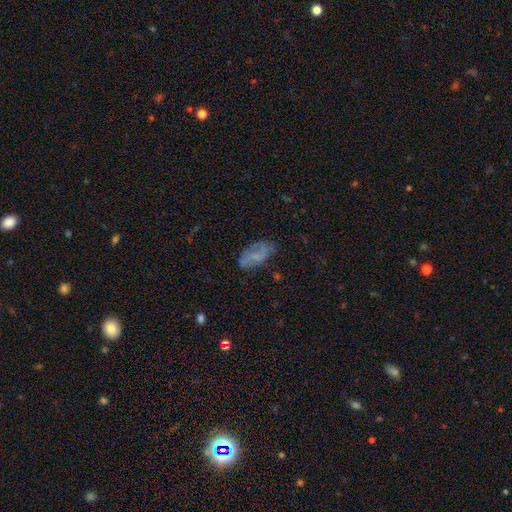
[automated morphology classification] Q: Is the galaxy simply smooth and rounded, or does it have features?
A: smooth — 56%.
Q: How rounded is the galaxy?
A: in between — 91%.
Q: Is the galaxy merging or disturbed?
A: none — 67%.